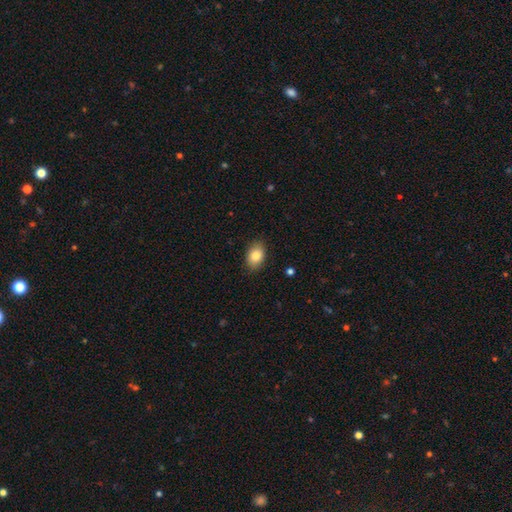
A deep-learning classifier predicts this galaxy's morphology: This is clearly a smooth galaxy (85%). How rounded: clearly in between (81%). Merging: clearly none (86%).